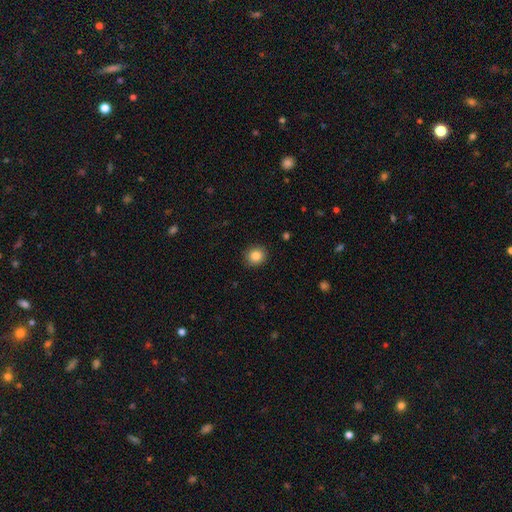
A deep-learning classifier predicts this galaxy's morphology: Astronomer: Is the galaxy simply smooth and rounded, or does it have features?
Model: smooth — 84%.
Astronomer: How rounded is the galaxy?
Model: round — 82%.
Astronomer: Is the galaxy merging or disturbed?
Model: none — 91%.